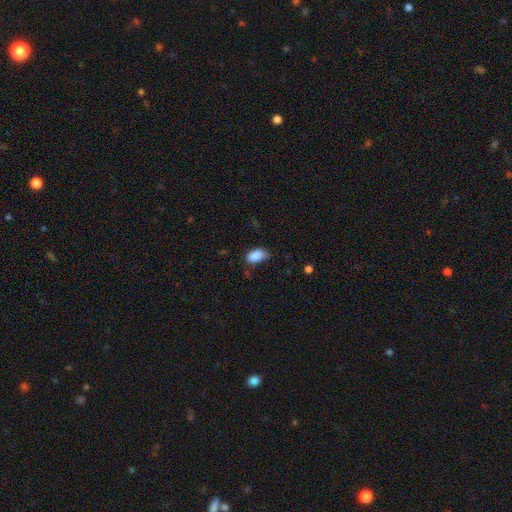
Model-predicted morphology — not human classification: Smooth or featured?
  - smooth: 88% *
  - star or artifact: 8%
  - featured or disk: 5%
How rounded?
  - in between: 92% *
  - round: 6%
  - cigar-shaped: 2%
Merging?
  - none: 63% *
  - minor disturbance: 29%
  - major disturbance: 6%
  - merger: 2%